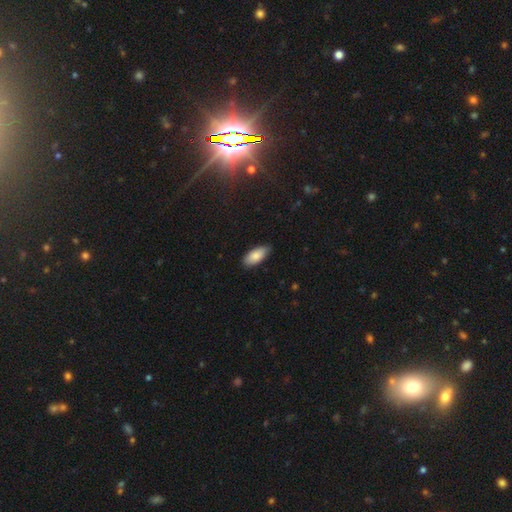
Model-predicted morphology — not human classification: smooth 84%, featured or disk 10%, star or artifact 6%. Down the decision tree: how rounded — in between (87%); merging — none (83%).